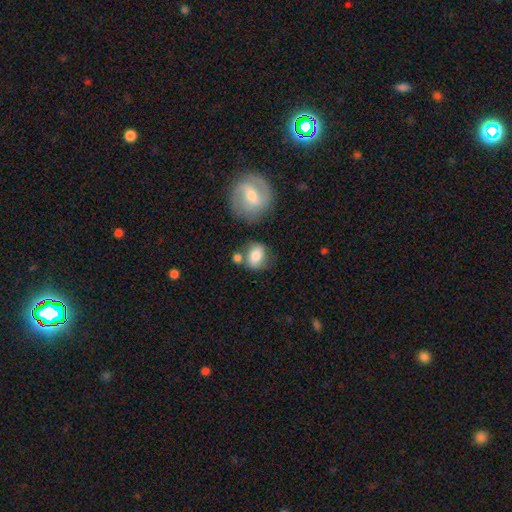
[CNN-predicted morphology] type=smooth (75%); roundness=round (50%); merging=none (58%).